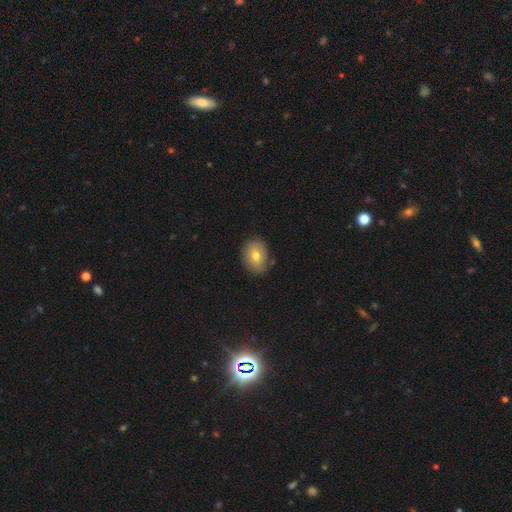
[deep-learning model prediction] A smooth galaxy with no disk features (73%) that is in between round and cigar-shaped (57%). Merging: none (79%).